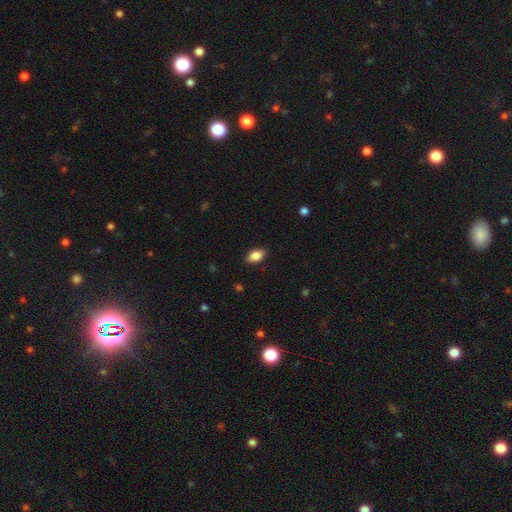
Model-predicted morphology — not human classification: Q: Smooth or featured?
A: smooth (86%); runner-up: star or artifact (7%)
Q: How rounded?
A: in between (91%); runner-up: round (6%)
Q: Merging?
A: none (88%); runner-up: minor disturbance (9%)